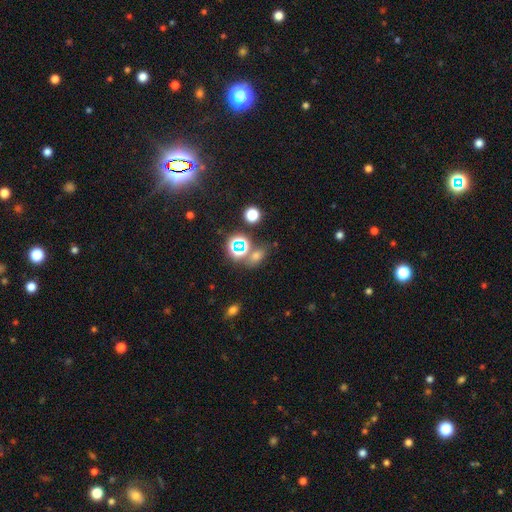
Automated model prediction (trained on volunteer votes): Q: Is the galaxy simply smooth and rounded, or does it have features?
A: smooth — 45%.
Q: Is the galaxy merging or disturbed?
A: none — 66%.